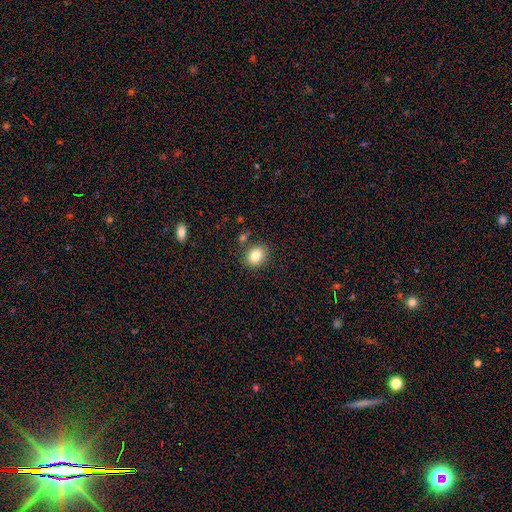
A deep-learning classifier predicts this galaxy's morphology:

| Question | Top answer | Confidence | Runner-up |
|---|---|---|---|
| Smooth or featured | smooth | 81% | star or artifact (10%) |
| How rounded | round | 55% | in between (44%) |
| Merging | none | 82% | minor disturbance (10%) |